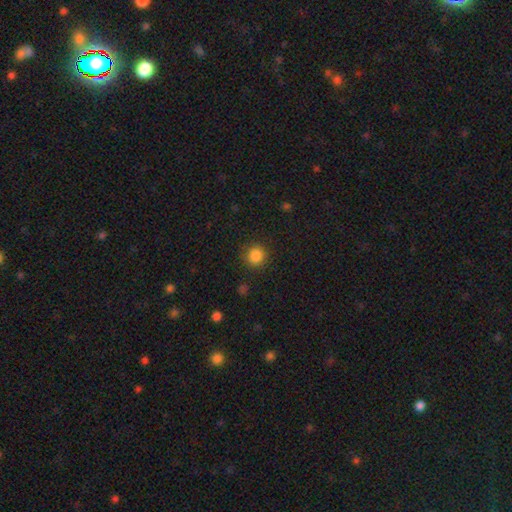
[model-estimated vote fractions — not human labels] A smooth galaxy with no disk features (85%) that is round (91%).

Vote fractions:
- Smooth or featured? smooth: 85% / star or artifact: 11% / featured or disk: 4%
- How rounded? round: 91% / in between: 8% / cigar-shaped: 1%
- Merging? none: 88% / minor disturbance: 8% / major disturbance: 3% / merger: 1%